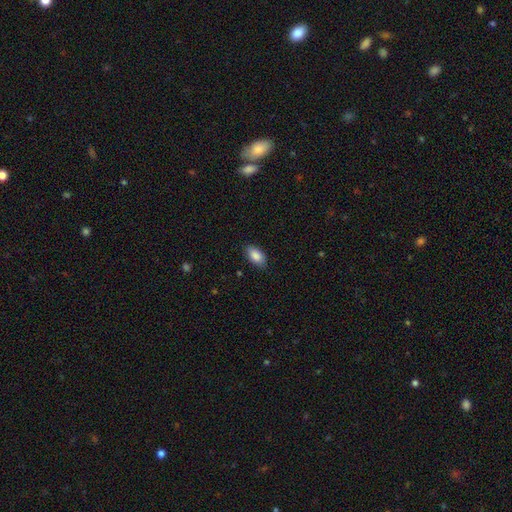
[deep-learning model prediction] Smooth or featured?
  - smooth: 88% *
  - star or artifact: 7%
  - featured or disk: 5%
How rounded?
  - in between: 93% *
  - cigar-shaped: 3%
  - round: 3%
Merging?
  - none: 86% *
  - minor disturbance: 11%
  - major disturbance: 2%
  - merger: 1%